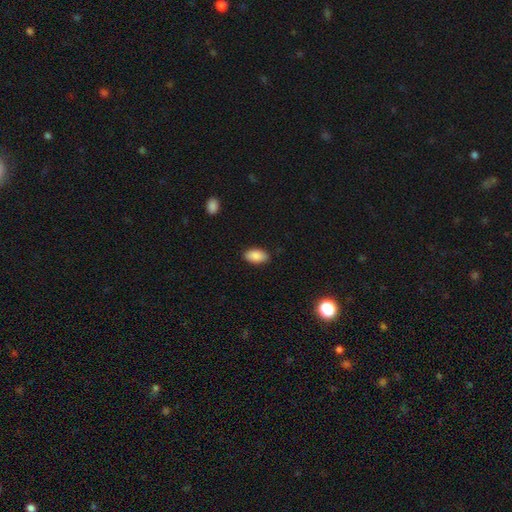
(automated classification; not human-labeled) Smooth or featured: smooth — 89% (star or artifact — 7%)
How rounded: in between — 94% (round — 4%)
Merging: none — 87% (minor disturbance — 9%)